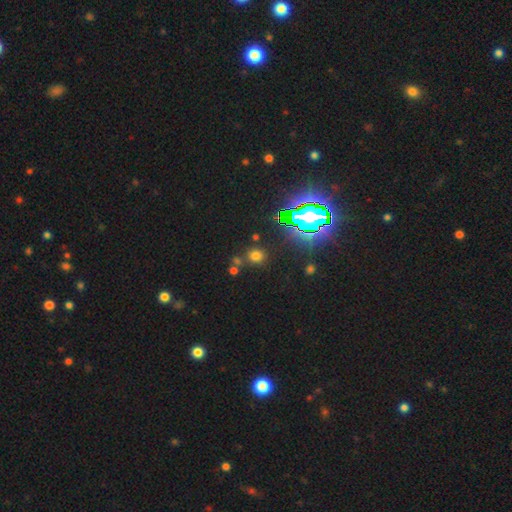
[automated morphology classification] smooth-or-featured: smooth: 57% | star or artifact: 36% | featured or disk: 7%
  how-rounded: round: 83% | in between: 15% | cigar-shaped: 1%
  merging: none: 78% | merger: 10% | minor disturbance: 8% | major disturbance: 4%